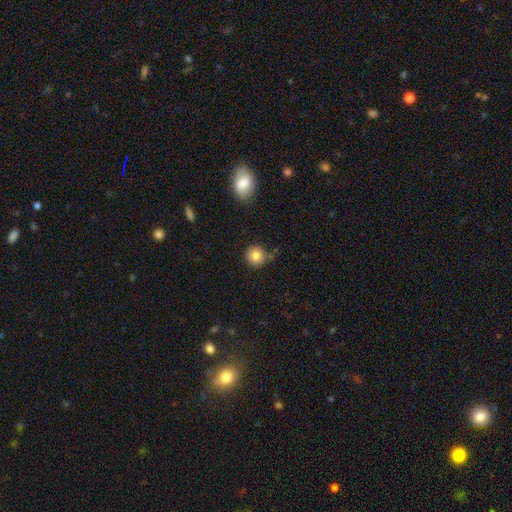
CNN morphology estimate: A smooth galaxy with no disk features (83%) that is round (93%). Merging: none (80%).